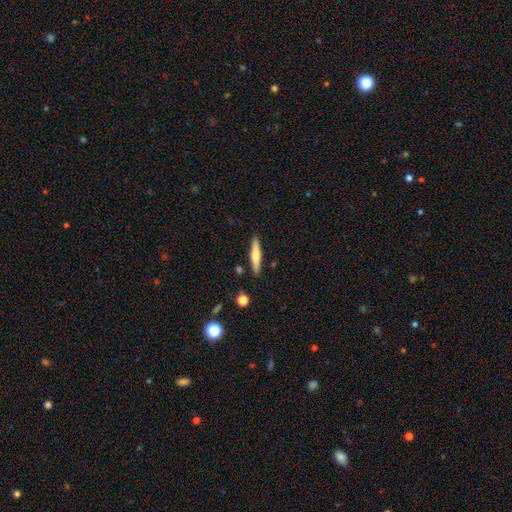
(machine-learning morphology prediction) Overall: smooth (59%; featured or disk 35%). How rounded: cigar-shaped (89%). Merging: none (87%).